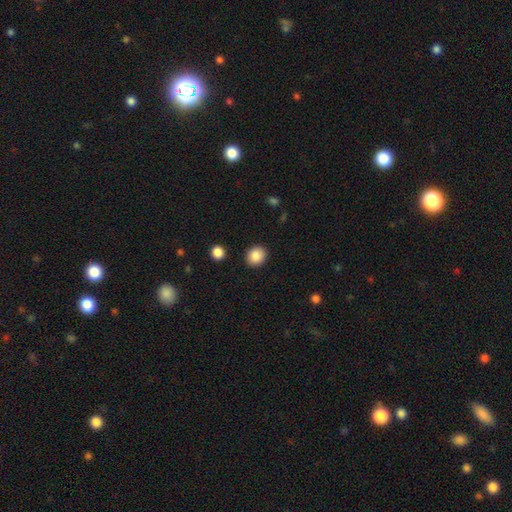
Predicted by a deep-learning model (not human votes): Smooth or featured? smooth (87%)
How rounded? round (74%)
Merging? none (90%)